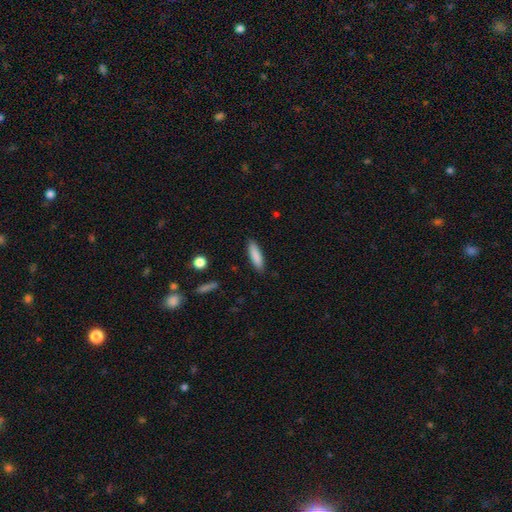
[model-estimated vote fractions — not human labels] This is clearly a smooth galaxy (86%). How rounded: likely cigar-shaped (69%). Merging: clearly none (88%).